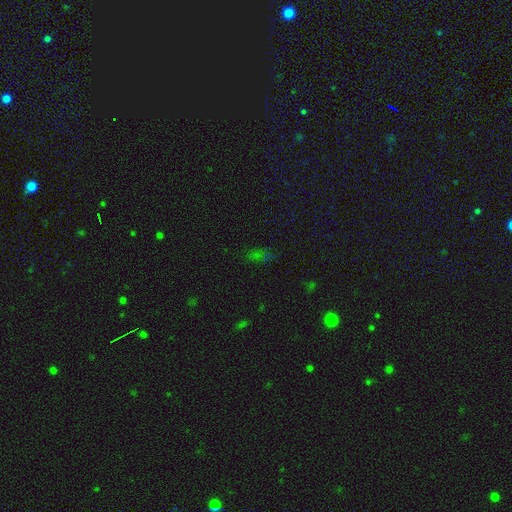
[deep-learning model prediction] A star or artifact, not a galaxy (47%).

Vote fractions:
- Smooth or featured? star or artifact: 47% / smooth: 42% / featured or disk: 11%